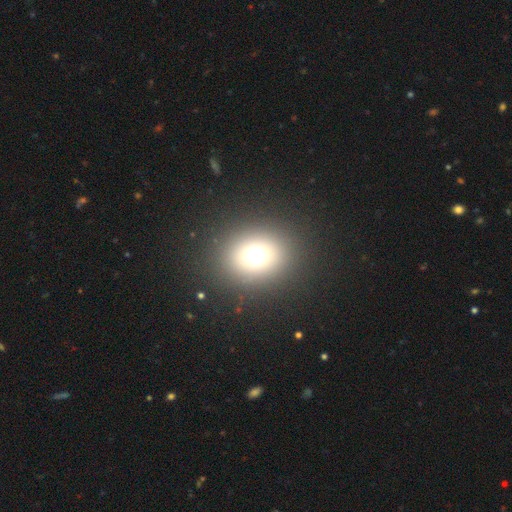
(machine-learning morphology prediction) Smooth or featured: smooth — 68% (star or artifact — 22%)
How rounded: round — 69% (in between — 30%)
Merging: none — 88% (minor disturbance — 7%)